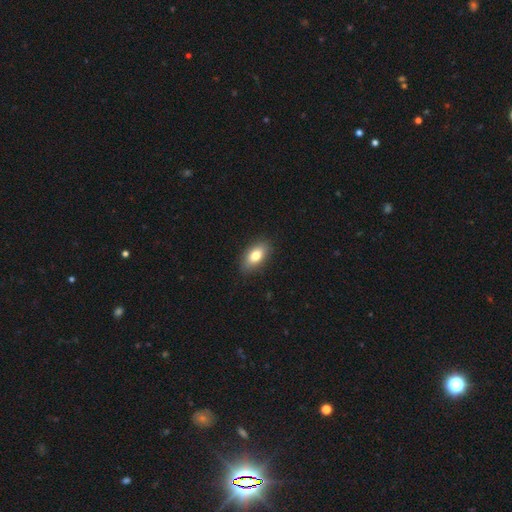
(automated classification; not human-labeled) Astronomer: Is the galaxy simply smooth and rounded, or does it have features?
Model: smooth — 78%.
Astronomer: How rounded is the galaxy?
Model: in between — 89%.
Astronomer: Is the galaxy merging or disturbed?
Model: none — 87%.